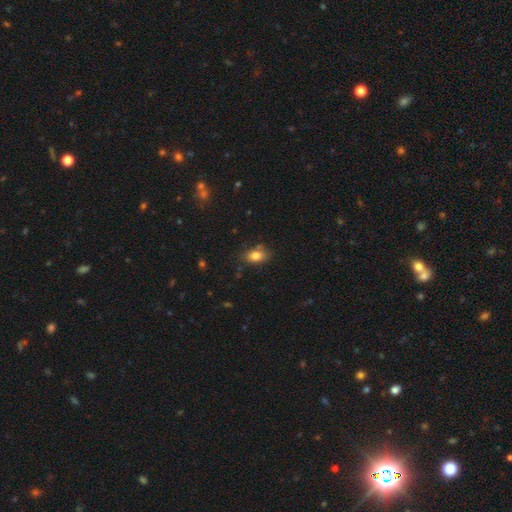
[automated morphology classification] Smooth or featured? smooth (80%)
How rounded? in between (84%)
Merging? none (73%)